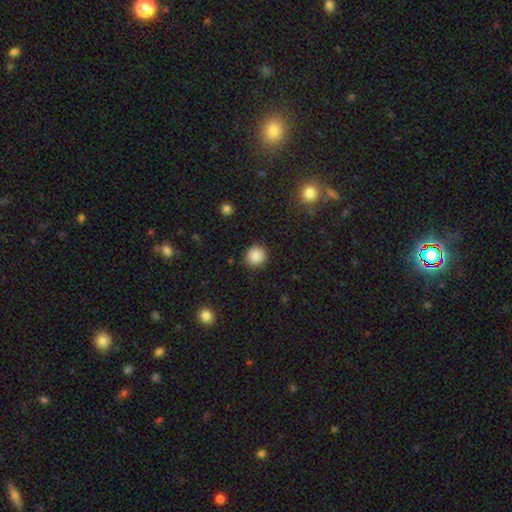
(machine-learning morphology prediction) Smooth or featured: smooth — 88% (star or artifact — 9%)
How rounded: round — 88% (in between — 11%)
Merging: none — 89% (minor disturbance — 7%)